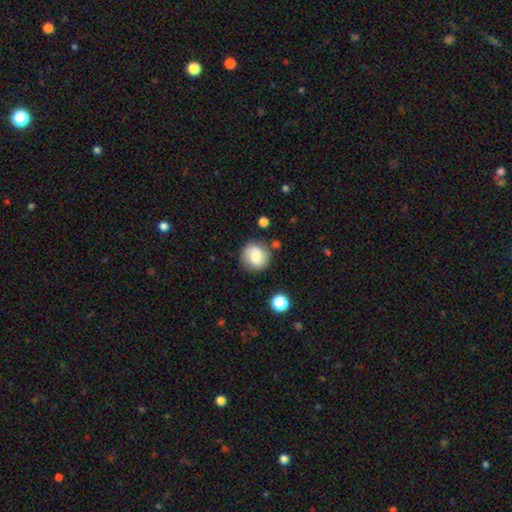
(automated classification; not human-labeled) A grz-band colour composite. It shows a smooth galaxy with no disk features (68%) that is round (88%). Merging: none (78%).